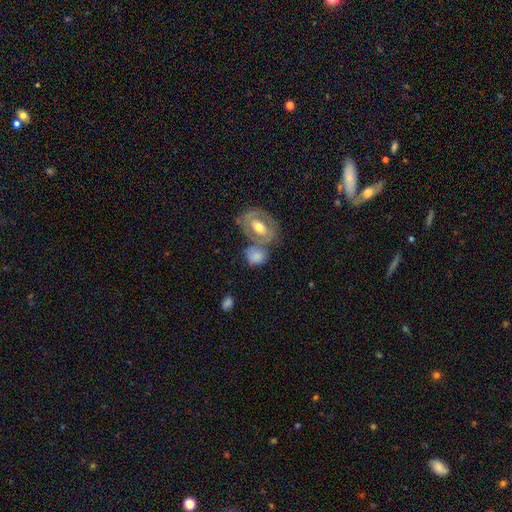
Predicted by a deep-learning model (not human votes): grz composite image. It shows a smooth galaxy with no disk features (59%) that is in between round and cigar-shaped (53%). Merging: merger (39%).